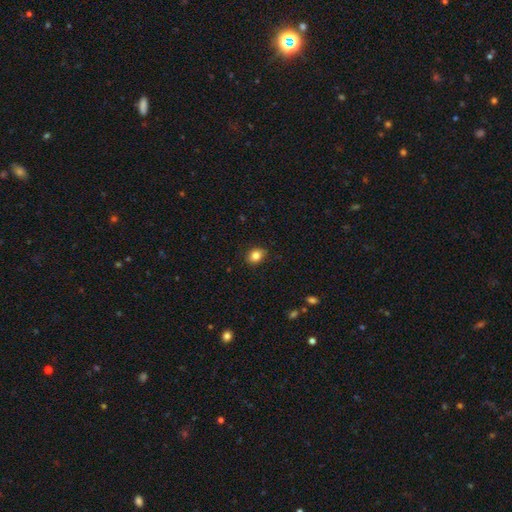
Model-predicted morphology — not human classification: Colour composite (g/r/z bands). It shows a smooth galaxy with no disk features (84%) that is in between round and cigar-shaped (55%). Merging: none (86%).